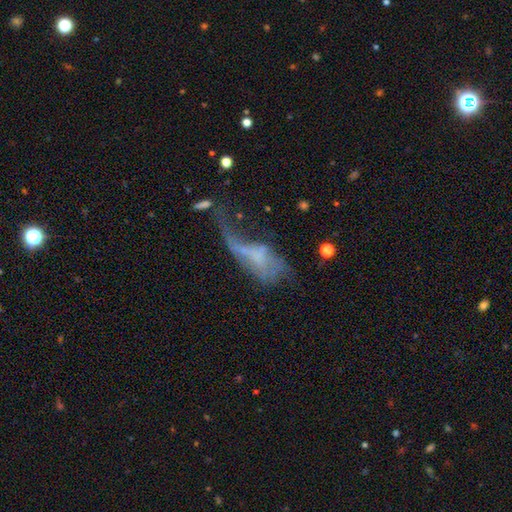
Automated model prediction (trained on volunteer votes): Morphology: type=featured or disk (52%); edge-on=no (91%); merging=major disturbance (59%).